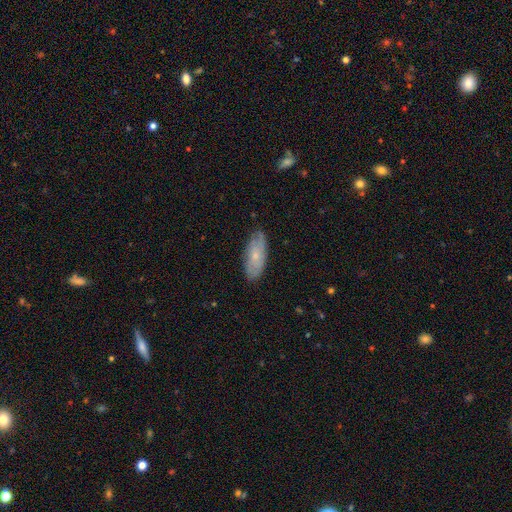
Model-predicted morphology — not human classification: A smooth galaxy with no disk features (50%). Merging: none (79%).